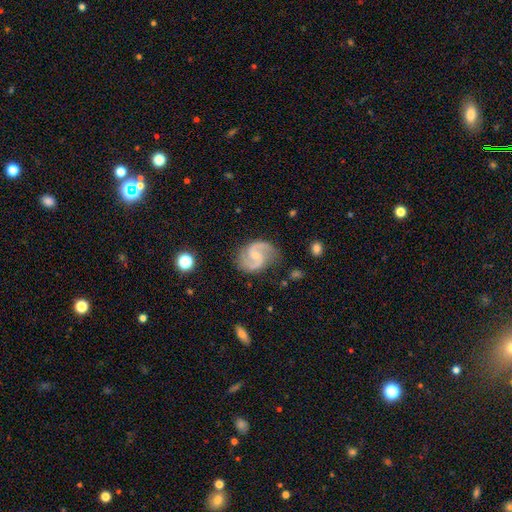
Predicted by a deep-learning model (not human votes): This appears to be a featured or disk galaxy (91%) with no bar (46%), 2 (94%) medium (61%) spiral arms (98%) and a small central bulge (56%). Merging: none (80%).